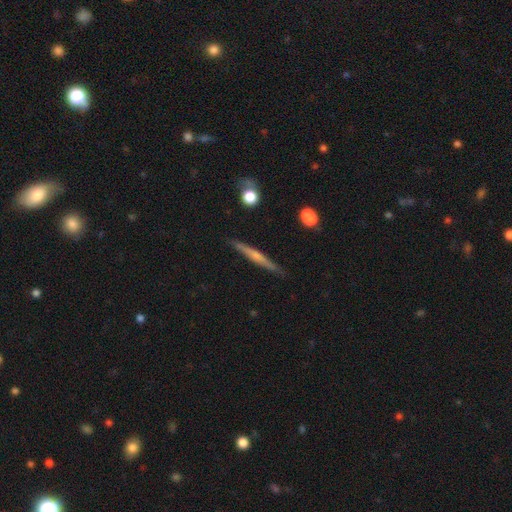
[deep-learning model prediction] A featured or disk galaxy (60%) viewed edge-on (97%) with a rounded central bulge (52%). Merging: none (88%).